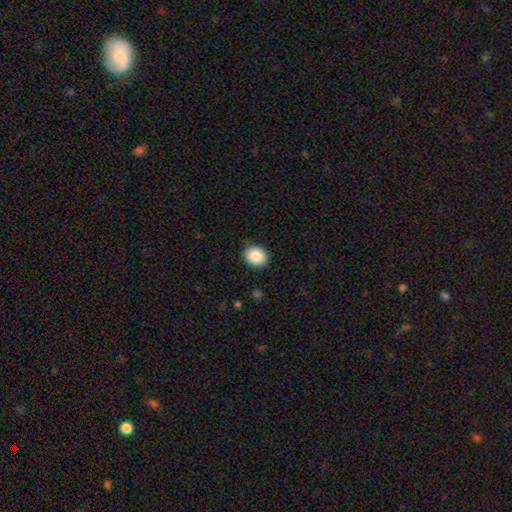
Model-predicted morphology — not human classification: smooth 87%, star or artifact 8%, featured or disk 5%. Down the decision tree: how rounded — round (62%); merging — none (89%).